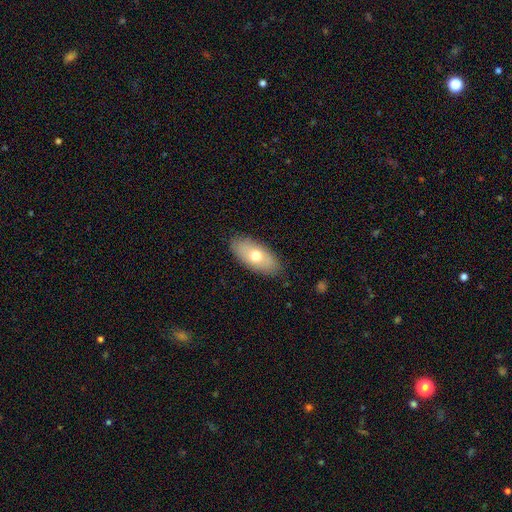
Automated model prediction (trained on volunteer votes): A smooth galaxy with no disk features (67%) that is in between round and cigar-shaped (90%). Merging: none (85%).